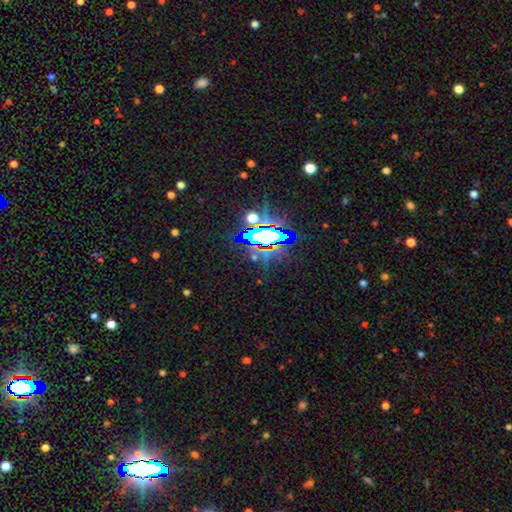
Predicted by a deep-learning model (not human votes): A star or artifact, not a galaxy (71%).